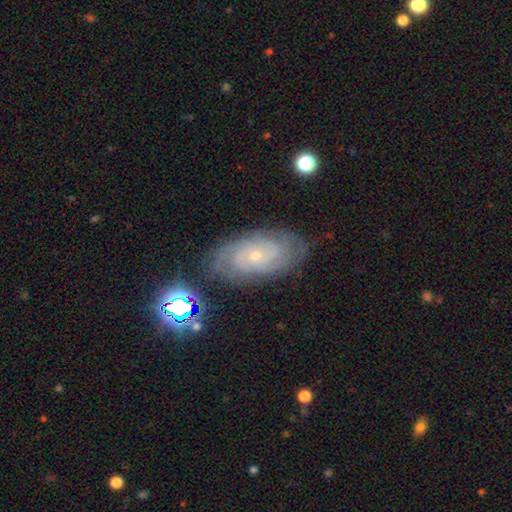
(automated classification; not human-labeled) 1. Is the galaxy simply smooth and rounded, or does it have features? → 79% featured or disk, 12% smooth, 9% star or artifact.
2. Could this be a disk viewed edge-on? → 95% no, 5% yes.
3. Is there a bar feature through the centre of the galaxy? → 75% no, 21% weak, 4% strong.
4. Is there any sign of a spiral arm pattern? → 95% yes, 5% no.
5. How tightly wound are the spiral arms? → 71% tight, 24% medium, 5% loose.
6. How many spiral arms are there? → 35% can't tell, 31% 2, 16% 3, 8% 4, 5% more than 4, 5% 1.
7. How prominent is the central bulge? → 78% small, 18% moderate, 2% none, 1% large, 1% dominant.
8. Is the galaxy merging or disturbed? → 77% none, 16% minor disturbance, 5% major disturbance, 2% merger.